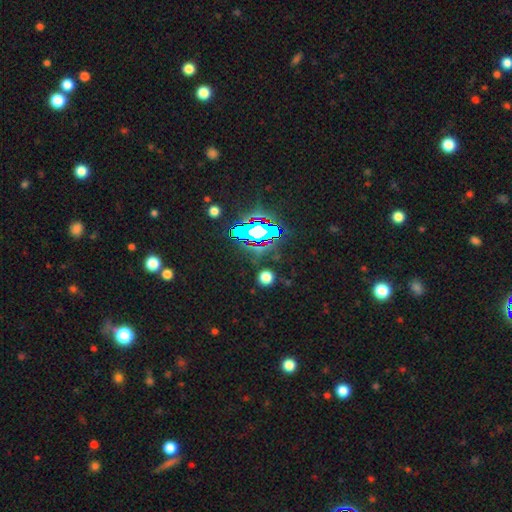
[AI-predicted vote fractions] Smooth or featured: star or artifact — 80% (smooth — 12%)